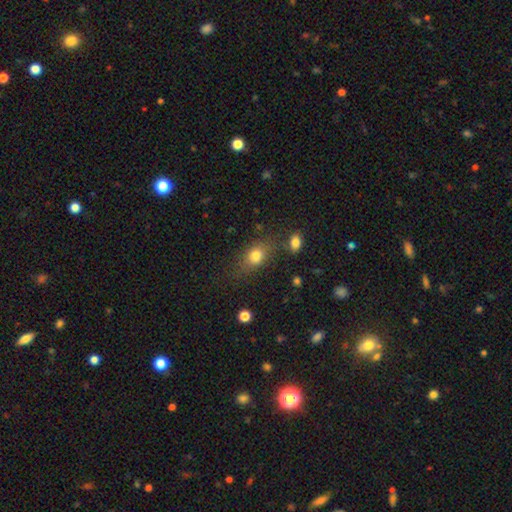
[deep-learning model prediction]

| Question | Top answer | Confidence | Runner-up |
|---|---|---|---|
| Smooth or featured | smooth | 78% | star or artifact (11%) |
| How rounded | in between | 65% | round (30%) |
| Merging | none | 68% | minor disturbance (18%) |